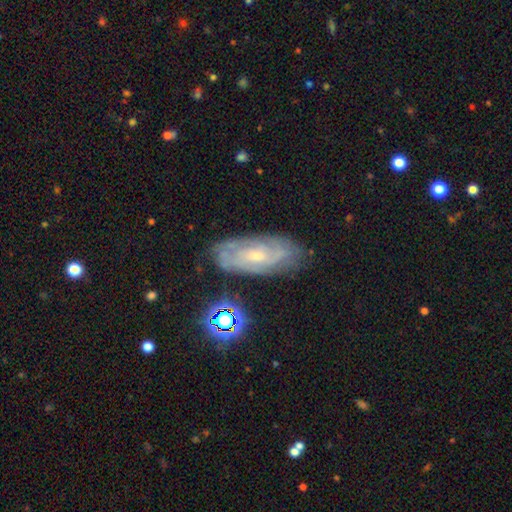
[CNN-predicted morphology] Smooth or featured? Predicted: featured or disk (p=0.74). Edge-on disk? Predicted: no (p=0.92). Bar? Predicted: no (p=0.56). Spiral arms? Predicted: yes (p=0.91). Spiral winding? Predicted: tight (p=0.58). Spiral arm count? Predicted: can't tell (p=0.44). Bulge size? Predicted: small (p=0.65). Merging? Predicted: none (p=0.75).